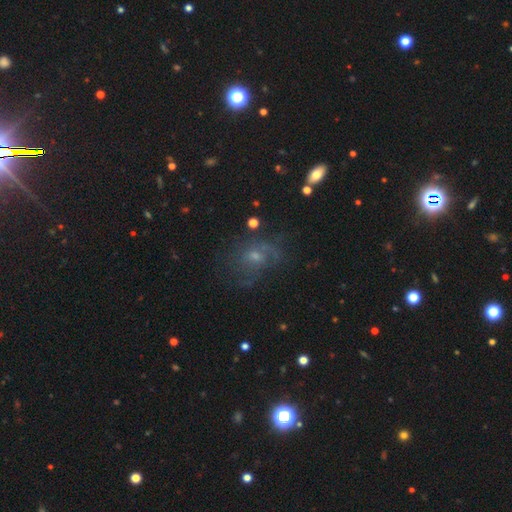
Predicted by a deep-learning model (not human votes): Overall: featured or disk (53%; smooth 26%). Edge-on disk: no (96%). Bar: no (72%). Spiral arms: yes (72%). Bulge size: small (52%; moderate 37%). Merging: none (57%; minor disturbance 20%).